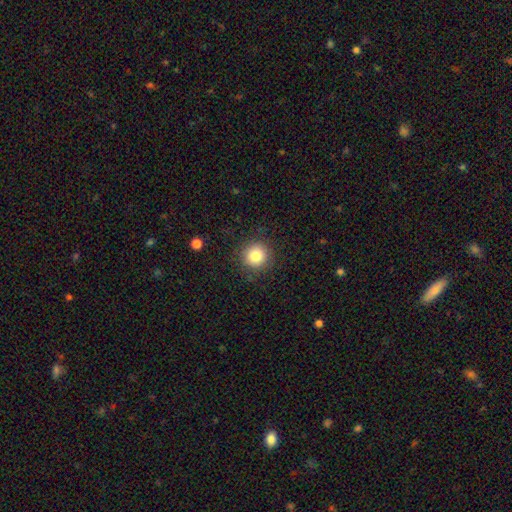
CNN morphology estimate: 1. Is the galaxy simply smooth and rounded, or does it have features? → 82% smooth, 11% star or artifact, 7% featured or disk.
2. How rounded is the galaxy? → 94% round, 6% in between, 1% cigar-shaped.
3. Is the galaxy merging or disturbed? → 89% none, 7% minor disturbance, 3% major disturbance, 1% merger.